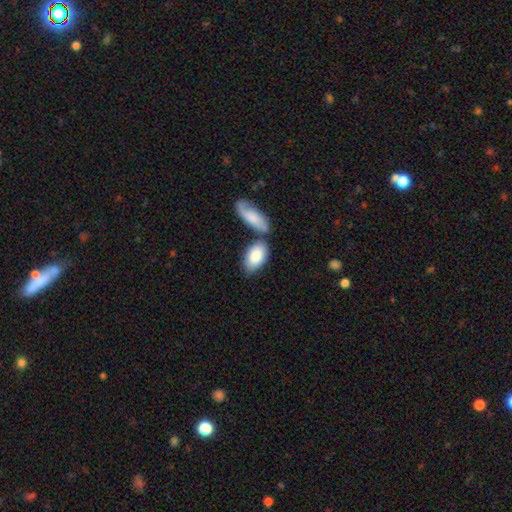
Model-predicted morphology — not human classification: type=smooth (83%); roundness=in between (93%); merging=none (53%).